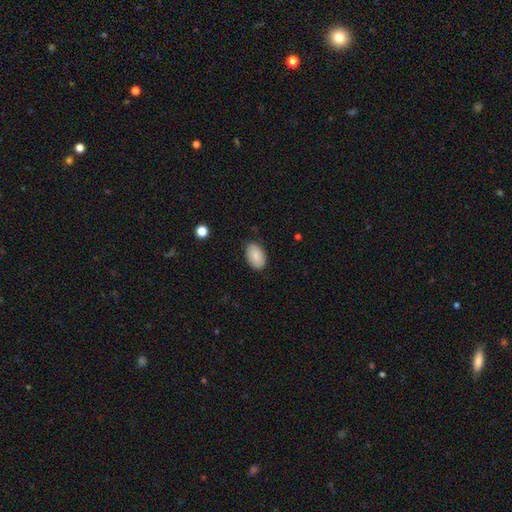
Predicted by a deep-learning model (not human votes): smooth-or-featured: smooth: 85% | featured or disk: 8% | star or artifact: 7%
  how-rounded: in between: 93% | round: 6% | cigar-shaped: 1%
  merging: none: 86% | minor disturbance: 11% | major disturbance: 2% | merger: 1%